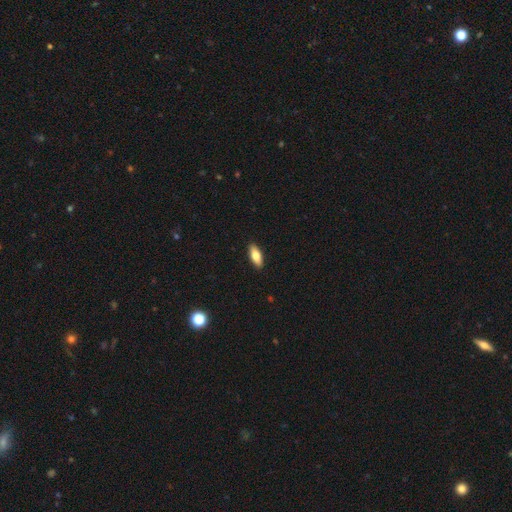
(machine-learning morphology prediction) smooth_or_featured: smooth (p=0.75) [alt: featured or disk p=0.19]
how_rounded: in between (p=0.78) [alt: cigar-shaped p=0.20]
merging: none (p=0.91) [alt: minor disturbance p=0.07]